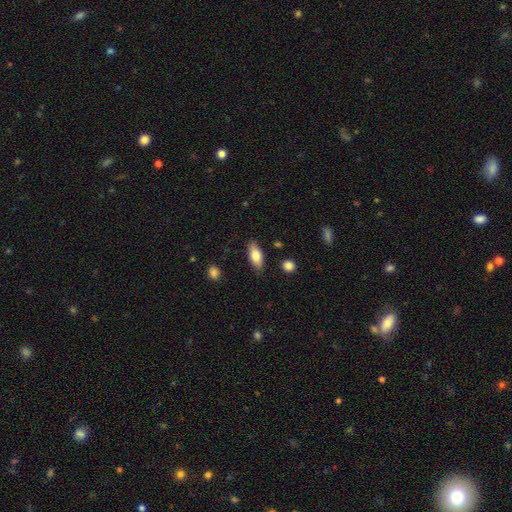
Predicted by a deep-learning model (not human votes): Morphology: type=smooth (79%); roundness=in between (82%); merging=none (85%).